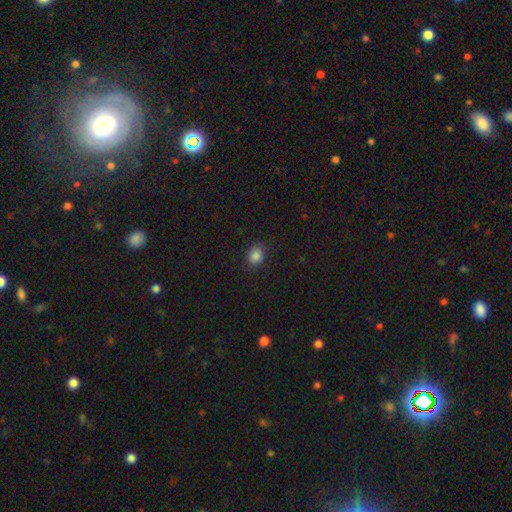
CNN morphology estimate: A smooth galaxy with no disk features (85%) that is round (56%). Merging: none (84%).